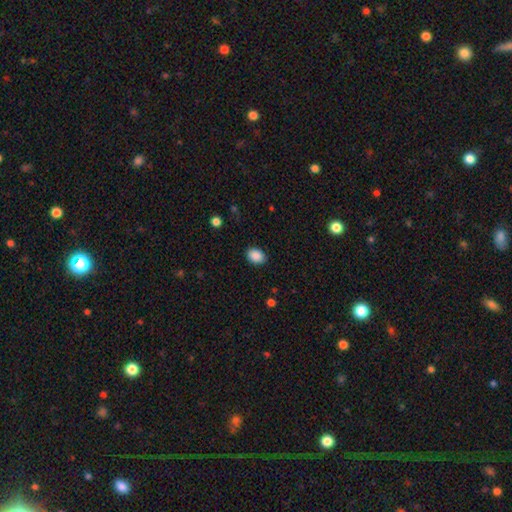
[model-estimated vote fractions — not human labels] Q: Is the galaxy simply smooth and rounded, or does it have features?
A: smooth — 89%.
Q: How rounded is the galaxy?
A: in between — 73%.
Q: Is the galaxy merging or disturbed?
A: none — 86%.